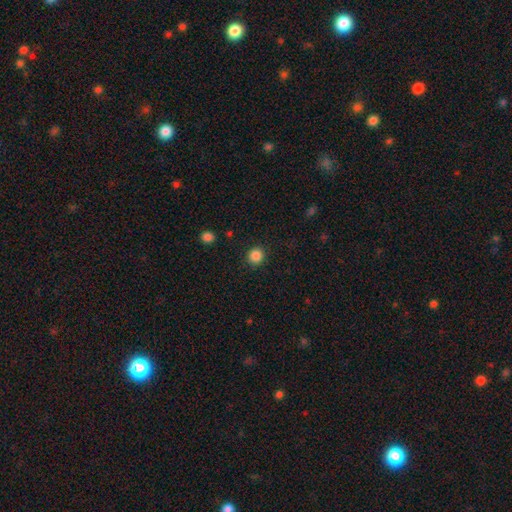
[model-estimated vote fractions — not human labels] smooth-or-featured: smooth: 86% | star or artifact: 11% | featured or disk: 3%
  how-rounded: round: 90% | in between: 9% | cigar-shaped: 1%
  merging: none: 91% | minor disturbance: 6% | major disturbance: 2% | merger: 1%